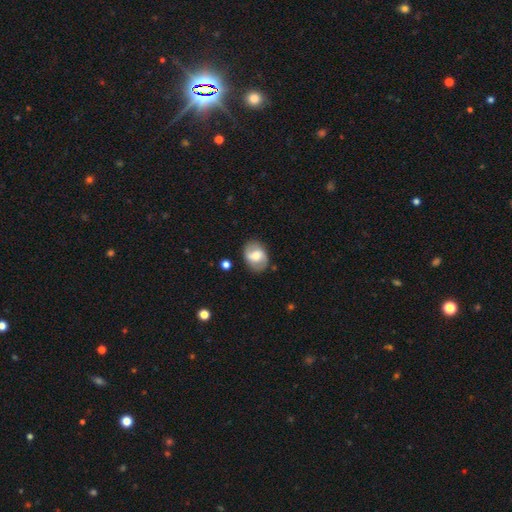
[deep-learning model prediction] The model was most divided on "smooth or featured": smooth: 47%, featured or disk: 45%, star or artifact: 7%. More confident: merging — none (78%).